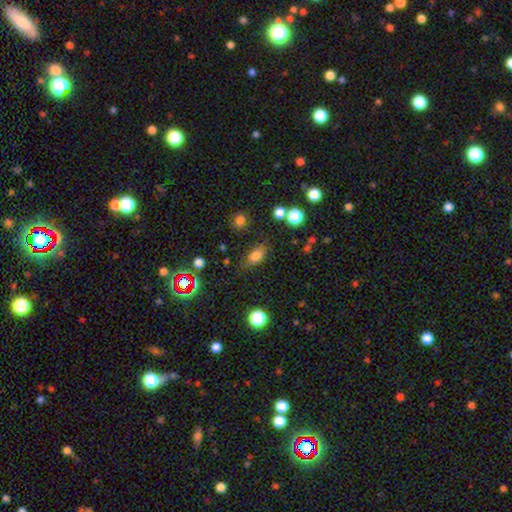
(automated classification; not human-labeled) A smooth galaxy with no disk features (77%) that is in between round and cigar-shaped (78%). Merging: none (72%).